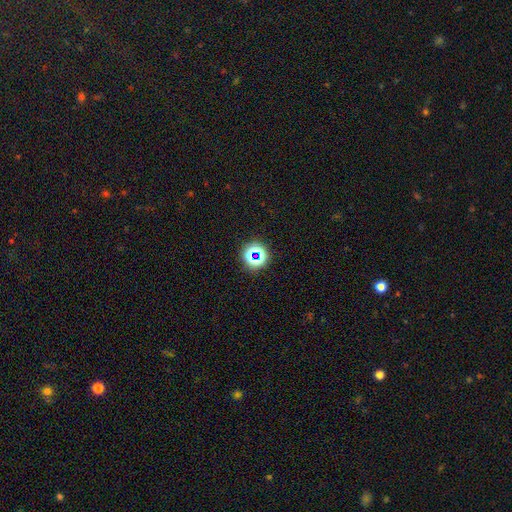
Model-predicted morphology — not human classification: A star or artifact, not a galaxy (64%).